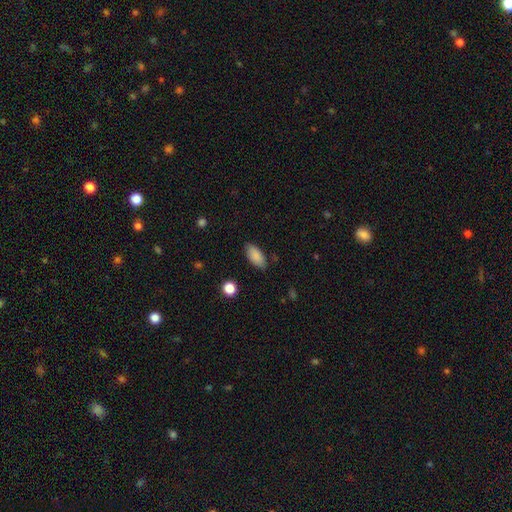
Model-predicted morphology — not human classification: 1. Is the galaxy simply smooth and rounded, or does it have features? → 88% smooth, 7% star or artifact, 5% featured or disk.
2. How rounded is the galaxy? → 91% in between, 6% cigar-shaped, 3% round.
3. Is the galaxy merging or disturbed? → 84% none, 12% minor disturbance, 3% major disturbance, 1% merger.